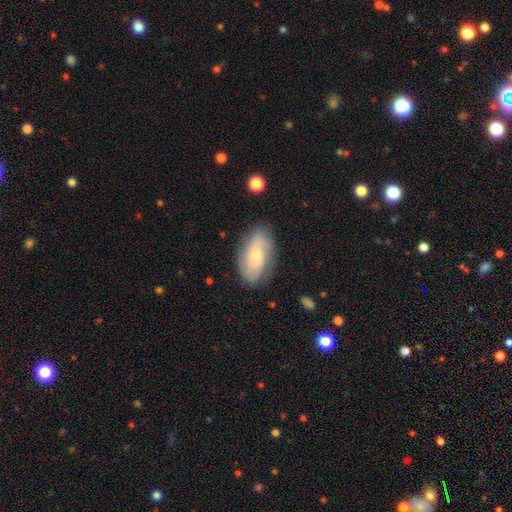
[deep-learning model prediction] Q: Smooth or featured?
A: featured or disk (58%); runner-up: smooth (35%)
Q: Edge-on disk?
A: no (94%); runner-up: yes (6%)
Q: Bar?
A: no (74%); runner-up: weak (22%)
Q: Spiral arms?
A: yes (85%); runner-up: no (15%)
Q: Bulge size?
A: small (61%); runner-up: moderate (33%)
Q: Merging?
A: none (77%); runner-up: minor disturbance (17%)